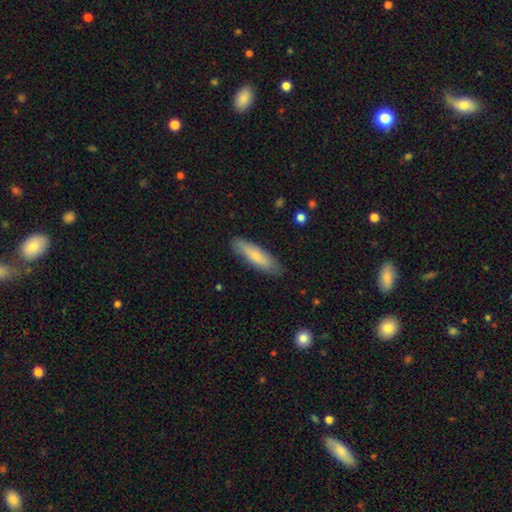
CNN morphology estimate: This is likely a smooth galaxy (72%). How rounded: likely cigar-shaped (64%). Merging: clearly none (84%).